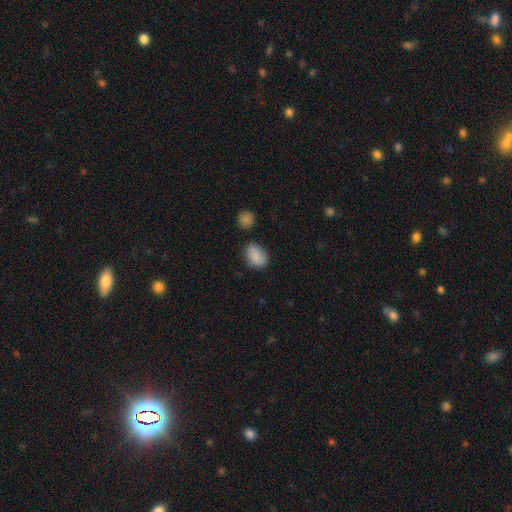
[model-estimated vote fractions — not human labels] Overall: smooth (85%). How rounded: in between (73%). Merging: none (68%).